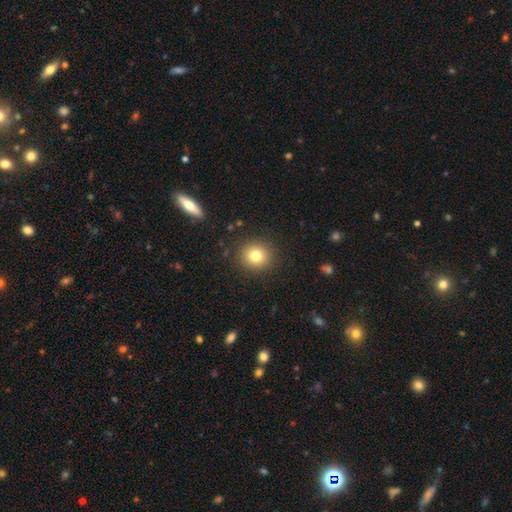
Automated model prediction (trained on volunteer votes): A smooth galaxy with no disk features (80%) that is round (88%). Merging: none (90%).